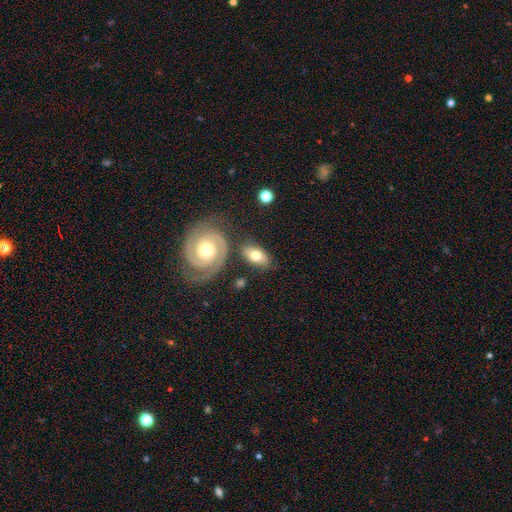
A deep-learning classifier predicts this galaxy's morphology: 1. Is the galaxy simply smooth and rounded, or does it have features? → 54% smooth, 40% featured or disk, 6% star or artifact.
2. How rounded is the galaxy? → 90% in between, 7% round, 4% cigar-shaped.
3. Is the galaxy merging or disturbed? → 72% none, 14% minor disturbance, 10% merger, 5% major disturbance.